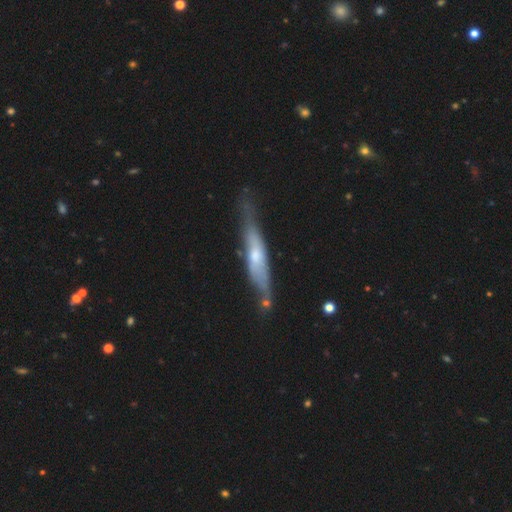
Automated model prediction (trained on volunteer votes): Smooth or featured: featured or disk — 64% (smooth — 30%)
Edge-on disk: yes — 77% (no — 23%)
Merging: none — 61% (minor disturbance — 25%)